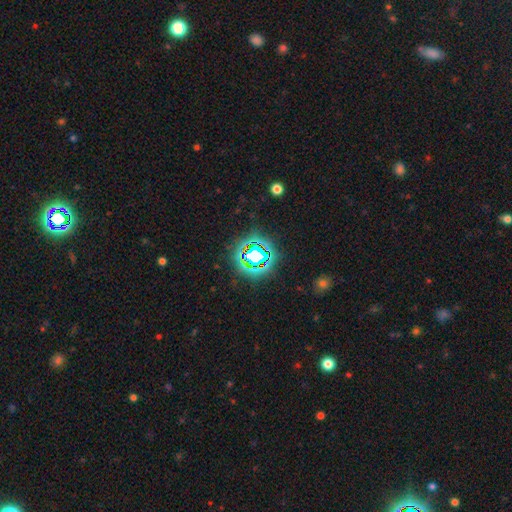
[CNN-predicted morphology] The model was most divided on "smooth or featured": star or artifact: 79%, smooth: 13%, featured or disk: 8%.